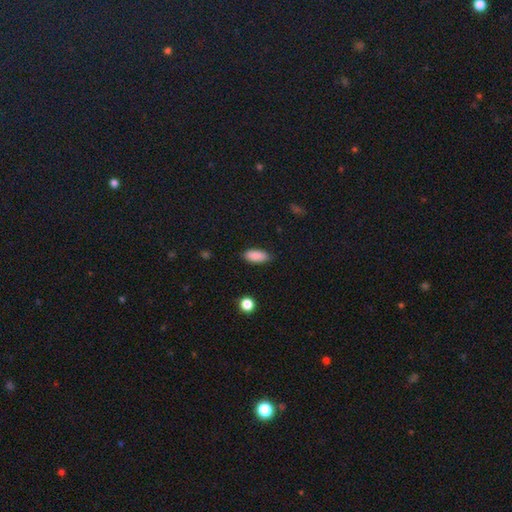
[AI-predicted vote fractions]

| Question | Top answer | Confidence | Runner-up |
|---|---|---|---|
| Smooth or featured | smooth | 89% | star or artifact (7%) |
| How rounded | in between | 88% | cigar-shaped (10%) |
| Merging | none | 85% | minor disturbance (12%) |